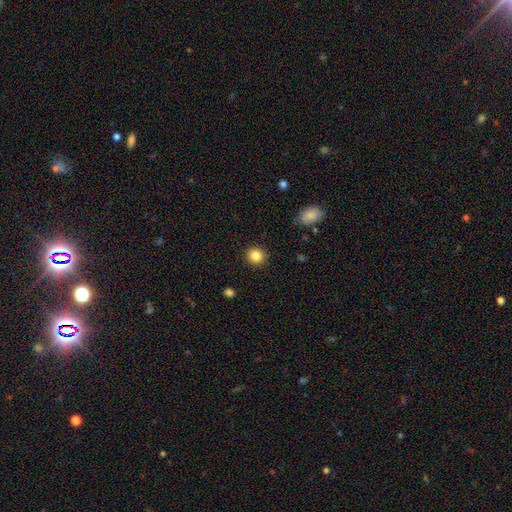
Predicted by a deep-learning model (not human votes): This appears to be a smooth galaxy with no disk features (85%) that is round (89%). Merging: none (91%).